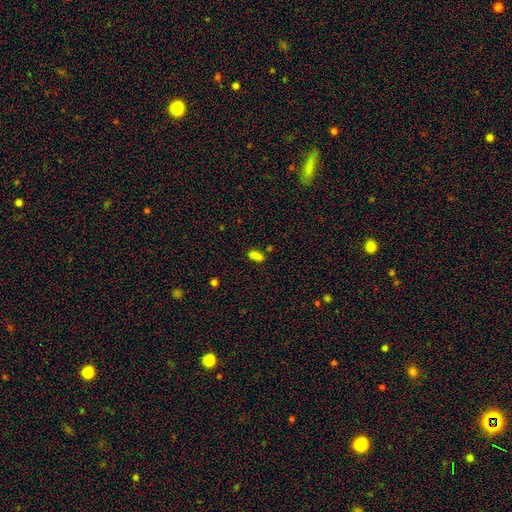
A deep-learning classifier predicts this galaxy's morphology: smooth-or-featured: smooth: 82% | star or artifact: 14% | featured or disk: 4%
  how-rounded: in between: 81% | cigar-shaped: 15% | round: 4%
  merging: none: 78% | minor disturbance: 13% | merger: 5% | major disturbance: 3%